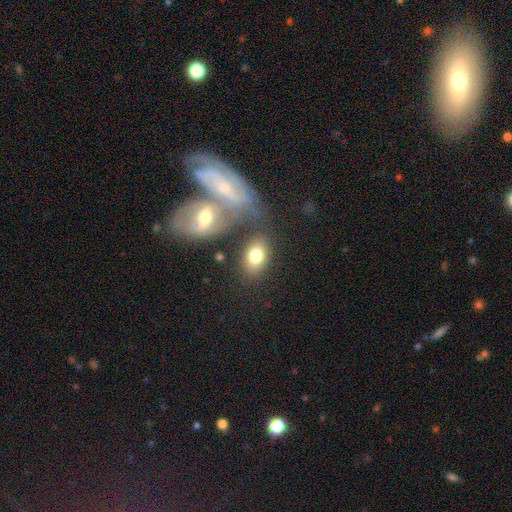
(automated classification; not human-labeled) Q: Smooth or featured?
A: smooth (76%); runner-up: featured or disk (15%)
Q: How rounded?
A: in between (80%); runner-up: round (18%)
Q: Merging?
A: none (69%); runner-up: merger (13%)